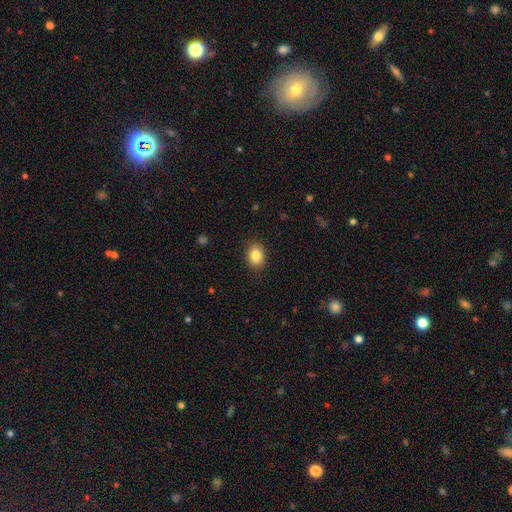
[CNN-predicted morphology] smooth-or-featured: smooth: 84% | star or artifact: 9% | featured or disk: 6%
  how-rounded: in between: 62% | round: 37% | cigar-shaped: 1%
  merging: none: 88% | minor disturbance: 8% | major disturbance: 2% | merger: 1%